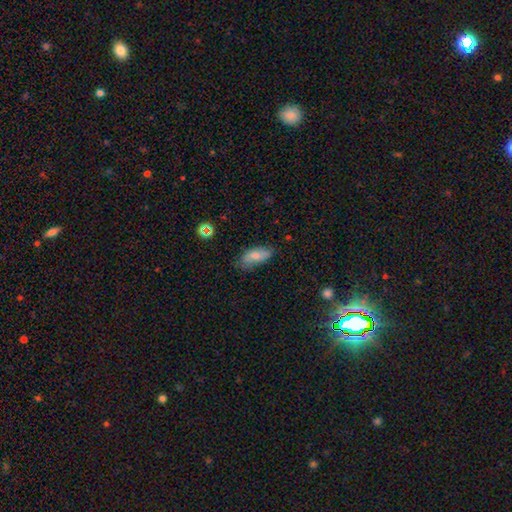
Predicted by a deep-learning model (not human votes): A smooth galaxy with no disk features (76%) that is in between round and cigar-shaped (84%). Merging: none (68%).